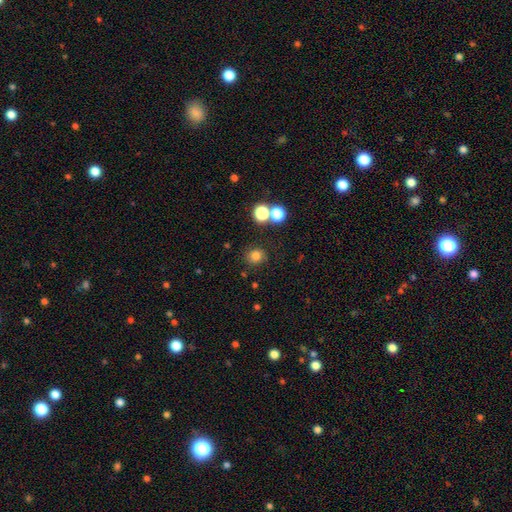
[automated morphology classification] Smooth or featured? Predicted: smooth (p=0.77). How rounded? Predicted: round (p=0.86). Merging? Predicted: none (p=0.79).